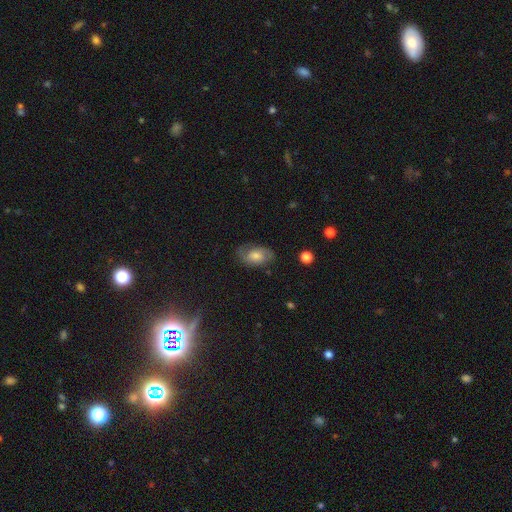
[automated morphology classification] The model was most divided on "smooth or featured": featured or disk: 51%, smooth: 39%, star or artifact: 10%. More confident: edge-on disk — no (95%); merging — none (73%).